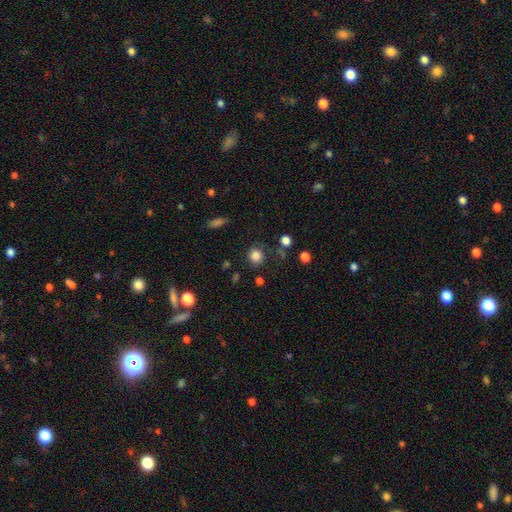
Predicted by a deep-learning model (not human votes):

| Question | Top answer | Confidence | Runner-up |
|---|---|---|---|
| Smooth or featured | smooth | 83% | star or artifact (11%) |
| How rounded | round | 88% | in between (11%) |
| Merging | none | 81% | minor disturbance (12%) |